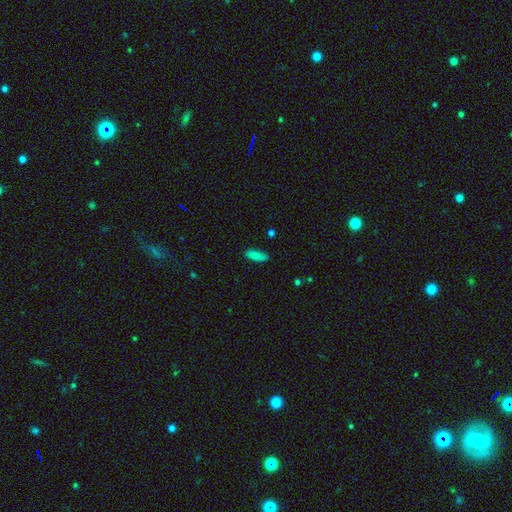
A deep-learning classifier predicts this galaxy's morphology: This appears to be a smooth galaxy with no disk features (84%) that is in between round and cigar-shaped (71%). Merging: none (82%).